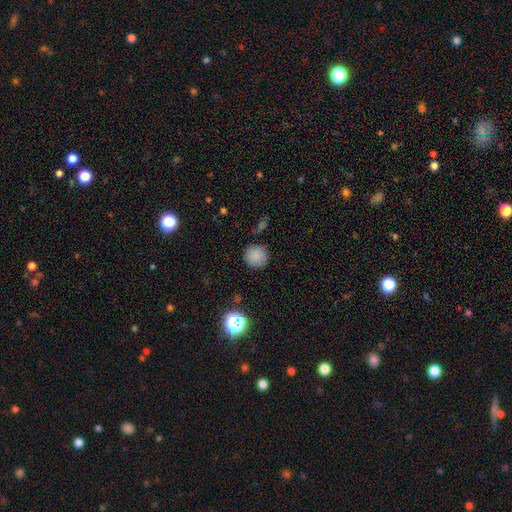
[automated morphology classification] Smooth or featured? smooth (84%)
How rounded? round (94%)
Merging? none (87%)